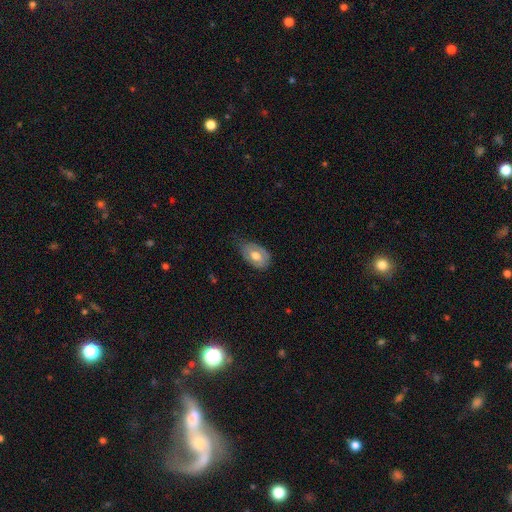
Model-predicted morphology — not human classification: This is possibly a smooth galaxy (60%). How rounded: clearly in between (88%). Merging: possibly none (58%).